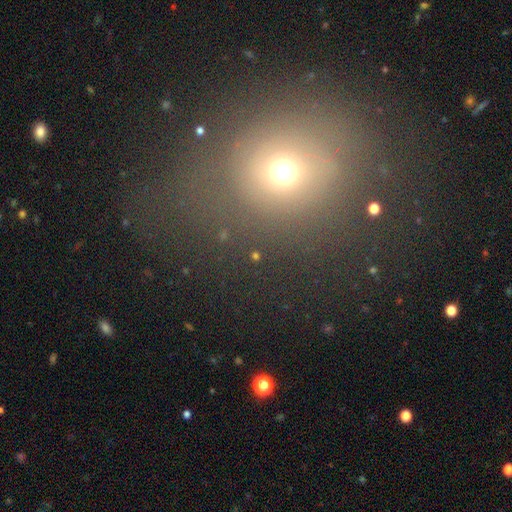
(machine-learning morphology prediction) Q: Smooth or featured?
A: smooth (45%); runner-up: star or artifact (44%)
Q: Merging?
A: none (82%); runner-up: minor disturbance (7%)